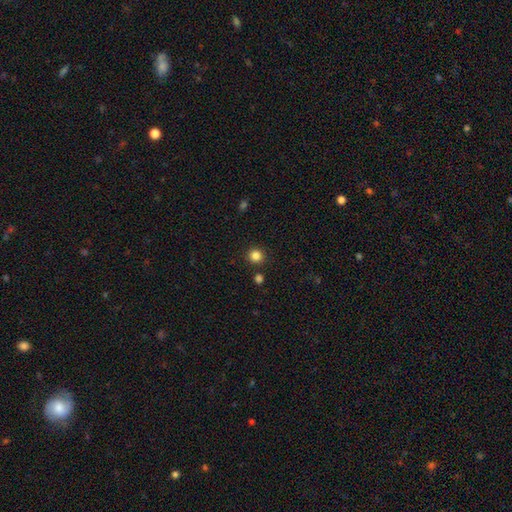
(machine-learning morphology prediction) smooth_or_featured: smooth (p=0.84) [alt: star or artifact p=0.12]
how_rounded: round (p=0.93) [alt: in between p=0.06]
merging: none (p=0.89) [alt: minor disturbance p=0.06]